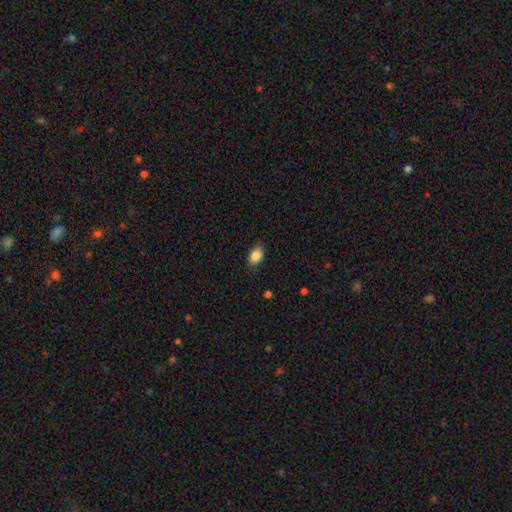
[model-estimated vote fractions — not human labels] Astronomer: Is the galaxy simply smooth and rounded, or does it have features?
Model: smooth — 86%.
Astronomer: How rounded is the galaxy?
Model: in between — 84%.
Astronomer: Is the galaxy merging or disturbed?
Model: none — 81%.